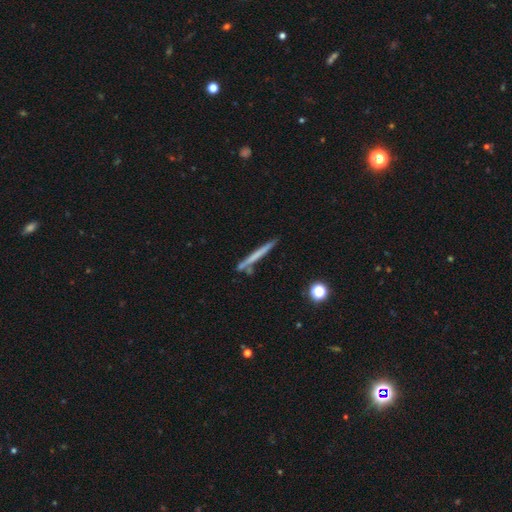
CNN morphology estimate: This is possibly a smooth galaxy (52%). How rounded: clearly cigar-shaped (96%). Merging: clearly none (82%).